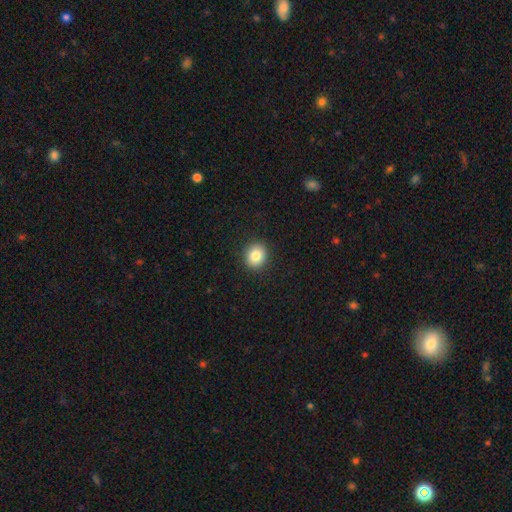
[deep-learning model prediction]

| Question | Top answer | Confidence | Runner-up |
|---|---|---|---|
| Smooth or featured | smooth | 84% | star or artifact (9%) |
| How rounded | round | 73% | in between (26%) |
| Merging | none | 91% | minor disturbance (6%) |